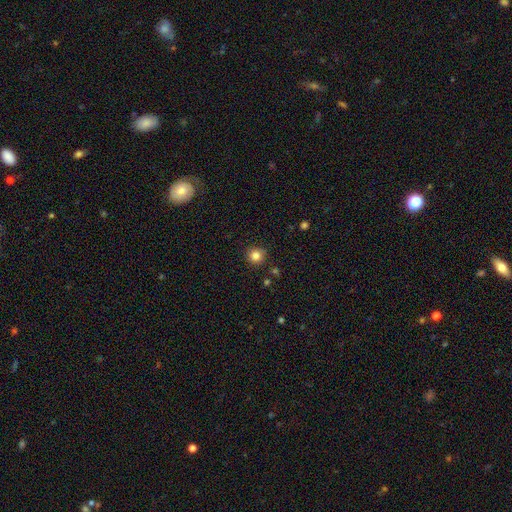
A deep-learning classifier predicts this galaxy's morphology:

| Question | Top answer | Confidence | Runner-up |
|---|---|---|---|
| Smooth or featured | smooth | 82% | star or artifact (12%) |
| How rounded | round | 94% | in between (5%) |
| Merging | none | 90% | minor disturbance (7%) |